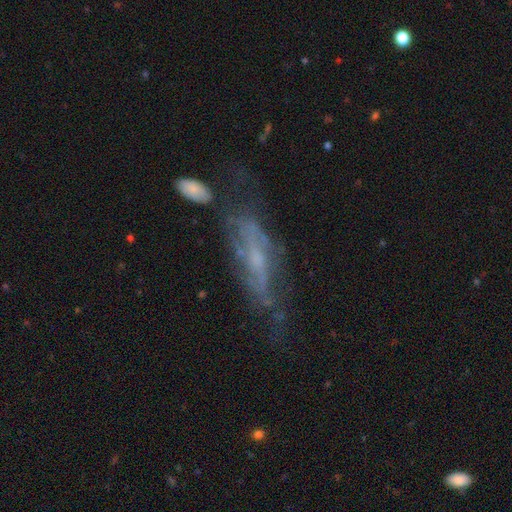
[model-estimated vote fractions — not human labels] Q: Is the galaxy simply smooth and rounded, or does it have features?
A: featured or disk — 64%.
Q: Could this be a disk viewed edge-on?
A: no — 63%.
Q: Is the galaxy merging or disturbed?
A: none — 42%.